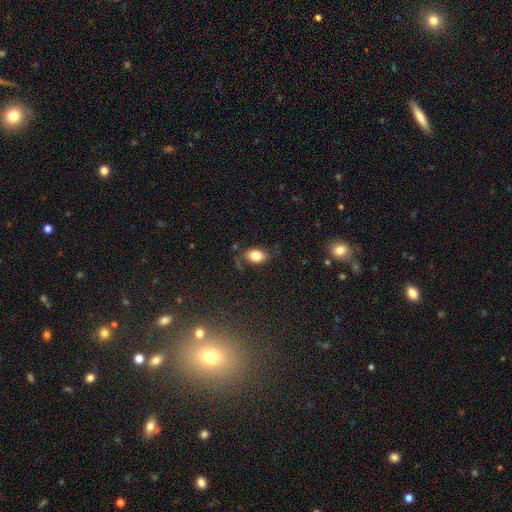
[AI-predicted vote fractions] Smooth or featured?
  - smooth: 82% *
  - featured or disk: 9%
  - star or artifact: 9%
How rounded?
  - in between: 84% *
  - round: 15%
  - cigar-shaped: 1%
Merging?
  - none: 71% *
  - minor disturbance: 20%
  - major disturbance: 6%
  - merger: 3%